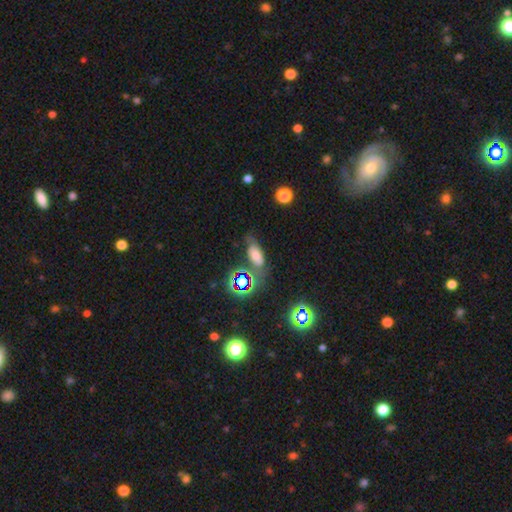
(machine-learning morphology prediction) A smooth galaxy with no disk features (57%) that is in between round and cigar-shaped (81%).

Vote fractions:
- Smooth or featured? smooth: 57% / star or artifact: 24% / featured or disk: 19%
- How rounded? in between: 81% / cigar-shaped: 10% / round: 8%
- Merging? none: 54% / minor disturbance: 24% / major disturbance: 12% / merger: 10%